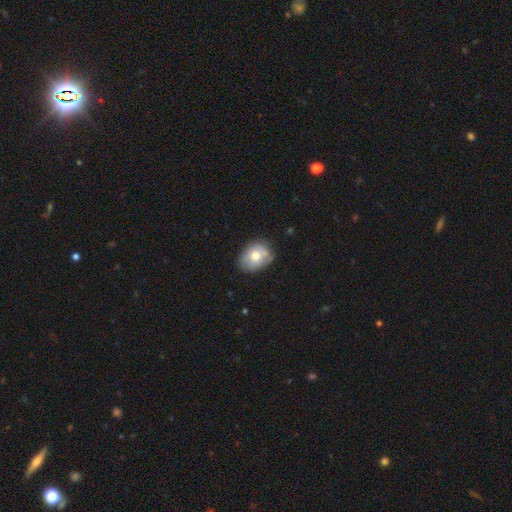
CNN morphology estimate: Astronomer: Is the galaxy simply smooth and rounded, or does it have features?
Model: smooth — 69%.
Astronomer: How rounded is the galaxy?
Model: in between — 60% (runner-up: round, 39%).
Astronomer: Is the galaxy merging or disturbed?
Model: none — 67%.